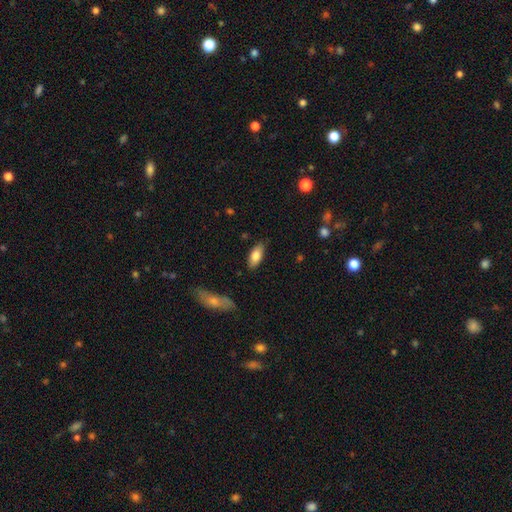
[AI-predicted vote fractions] A smooth galaxy with no disk features (80%) that is in between round and cigar-shaped (85%).

Vote fractions:
- Smooth or featured? smooth: 80% / featured or disk: 14% / star or artifact: 6%
- How rounded? in between: 85% / cigar-shaped: 12% / round: 2%
- Merging? none: 84% / minor disturbance: 12% / major disturbance: 2% / merger: 2%